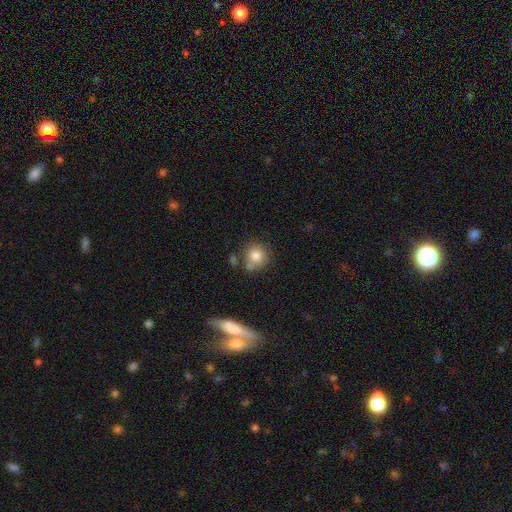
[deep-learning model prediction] Morphology: type=smooth (80%); roundness=round (88%); merging=none (67%).